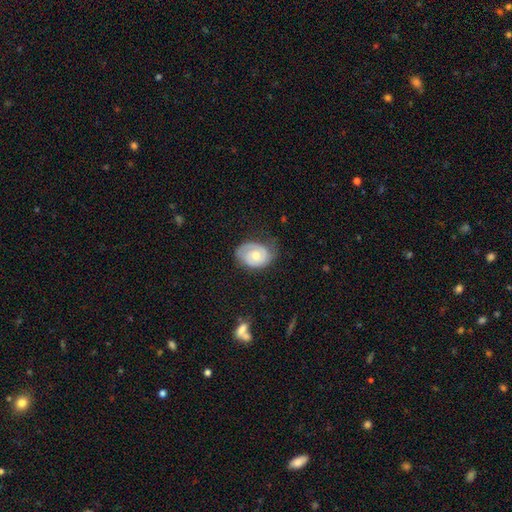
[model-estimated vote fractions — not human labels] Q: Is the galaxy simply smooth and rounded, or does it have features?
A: featured or disk — 63%.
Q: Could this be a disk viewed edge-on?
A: no — 96%.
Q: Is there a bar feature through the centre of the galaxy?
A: no — 70%.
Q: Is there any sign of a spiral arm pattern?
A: yes — 84%.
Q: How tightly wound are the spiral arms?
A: tight — 57%.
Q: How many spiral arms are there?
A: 2 — 59%.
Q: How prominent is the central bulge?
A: moderate — 61%.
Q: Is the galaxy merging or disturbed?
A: none — 61%.